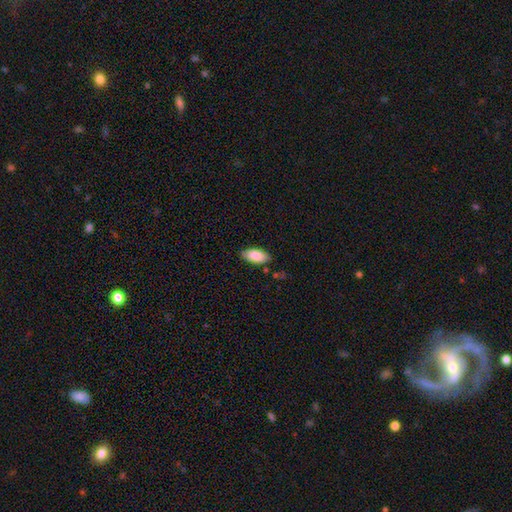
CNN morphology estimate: Smooth or featured? Predicted: smooth (p=0.88). How rounded? Predicted: in between (p=0.92). Merging? Predicted: none (p=0.83).